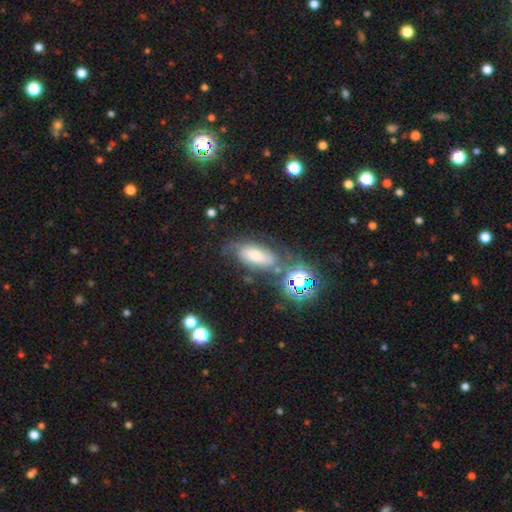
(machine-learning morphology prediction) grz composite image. It shows a smooth galaxy with no disk features (52%) that is in between round and cigar-shaped (83%). Merging: none (52%).